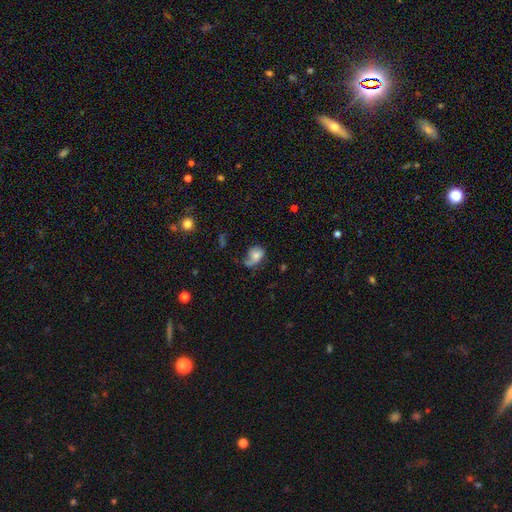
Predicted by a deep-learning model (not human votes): smooth_or_featured: smooth (p=0.64) [alt: featured or disk p=0.26]
how_rounded: in between (p=0.73) [alt: round p=0.26]
merging: none (p=0.34) [alt: minor disturbance p=0.31]